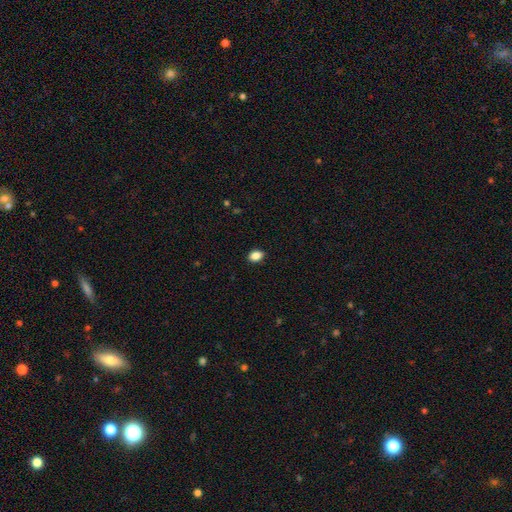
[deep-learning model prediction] This is clearly a smooth galaxy (88%). How rounded: likely in between (80%). Merging: clearly none (90%).